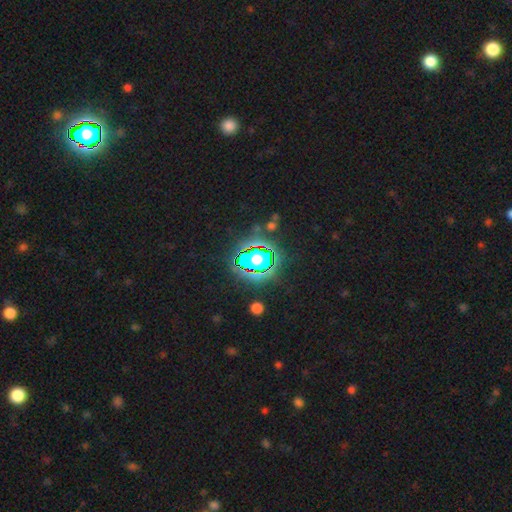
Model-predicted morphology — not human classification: type=star or artifact (84%).